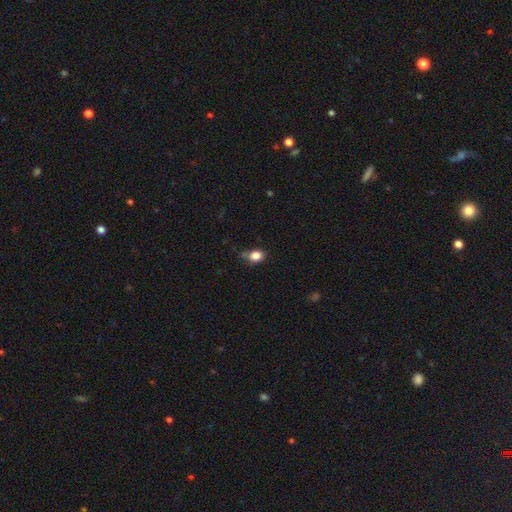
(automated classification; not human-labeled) smooth-or-featured: smooth: 84% | star or artifact: 10% | featured or disk: 6%
  how-rounded: in between: 62% | round: 36% | cigar-shaped: 2%
  merging: none: 57% | minor disturbance: 32% | major disturbance: 7% | merger: 4%